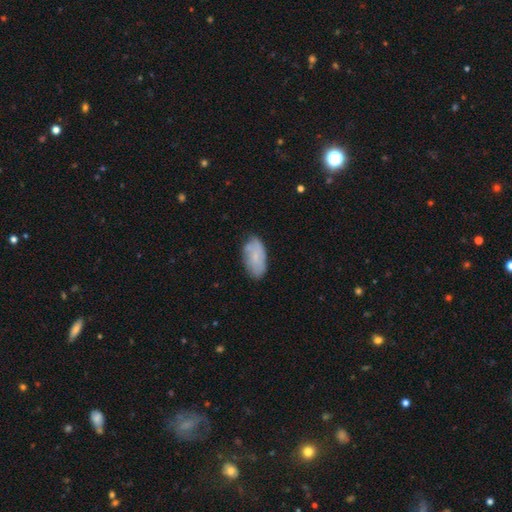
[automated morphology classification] This appears to be a smooth galaxy with no disk features (61%) that is in between round and cigar-shaped (93%). Merging: none (71%).